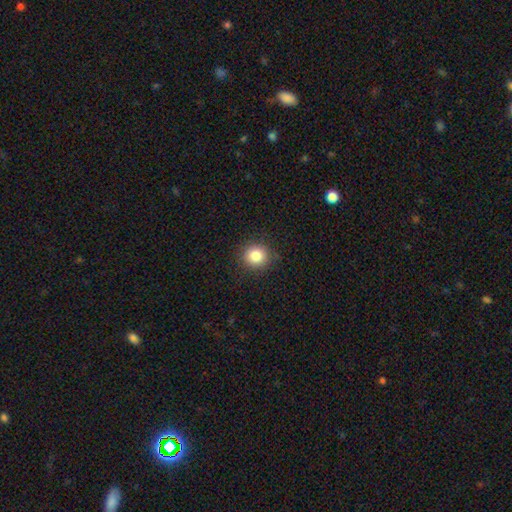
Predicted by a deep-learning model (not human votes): Q: Smooth or featured?
A: smooth (84%); runner-up: star or artifact (11%)
Q: How rounded?
A: round (90%); runner-up: in between (9%)
Q: Merging?
A: none (89%); runner-up: minor disturbance (7%)